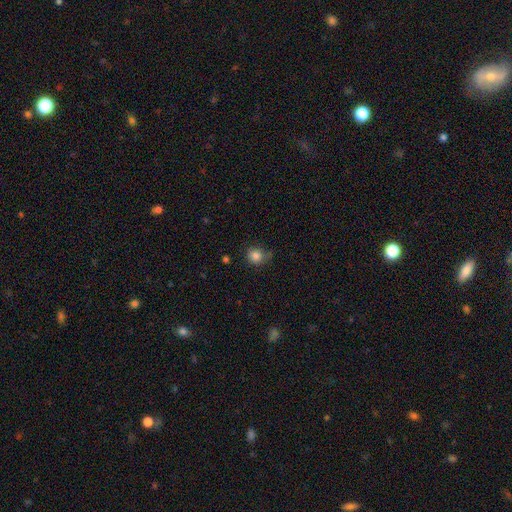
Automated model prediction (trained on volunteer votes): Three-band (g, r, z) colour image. It shows a smooth galaxy with no disk features (84%) that is round (79%). Merging: none (62%).